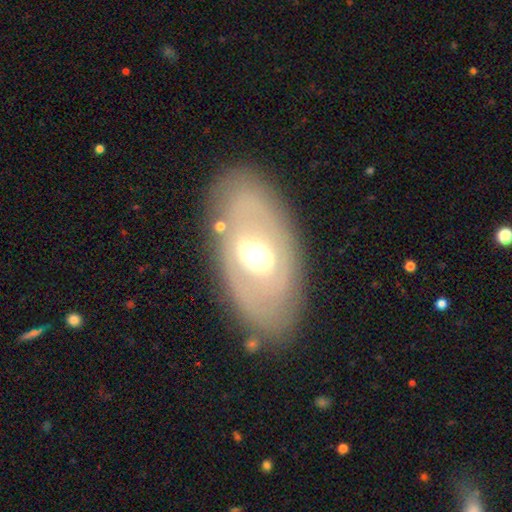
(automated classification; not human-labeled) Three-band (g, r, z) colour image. It shows a featured or disk galaxy (62%) with no bar (37%), no spiral arms (72%) and a moderate central bulge (60%). Merging: none (79%).